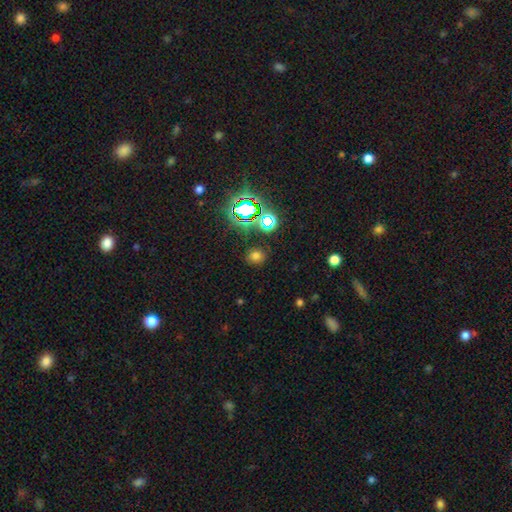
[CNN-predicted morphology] The model was most divided on "smooth or featured": smooth: 63%, star or artifact: 30%, featured or disk: 6%. More confident: merging — none (84%); how rounded — round (67%).